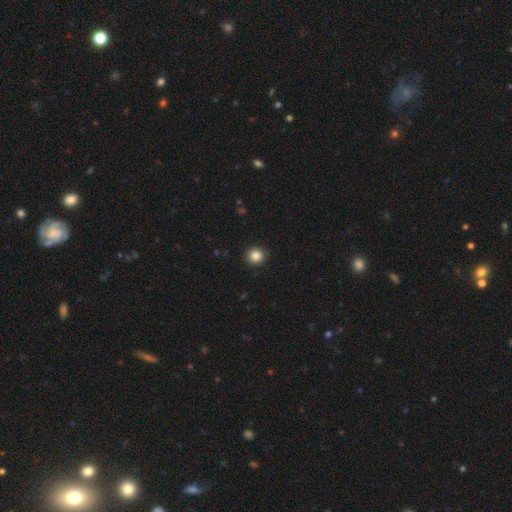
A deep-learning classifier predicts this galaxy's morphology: smooth-or-featured: smooth: 85% | star or artifact: 11% | featured or disk: 4%
  how-rounded: round: 93% | in between: 6% | cigar-shaped: 1%
  merging: none: 93% | minor disturbance: 5% | major disturbance: 2% | merger: 1%